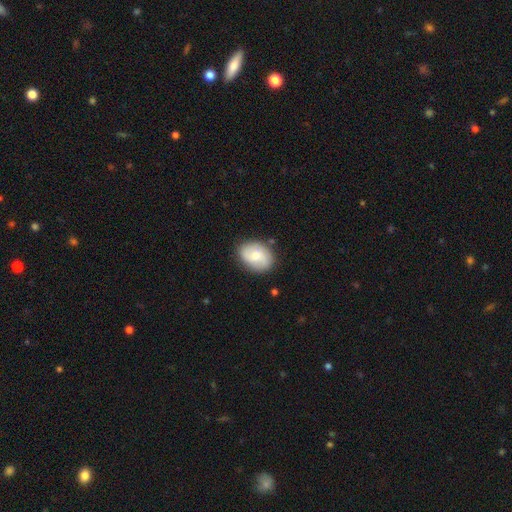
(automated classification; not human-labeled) smooth-or-featured: smooth: 56% | featured or disk: 37% | star or artifact: 7%
  how-rounded: in between: 66% | round: 33% | cigar-shaped: 1%
  merging: none: 80% | minor disturbance: 15% | major disturbance: 4% | merger: 2%